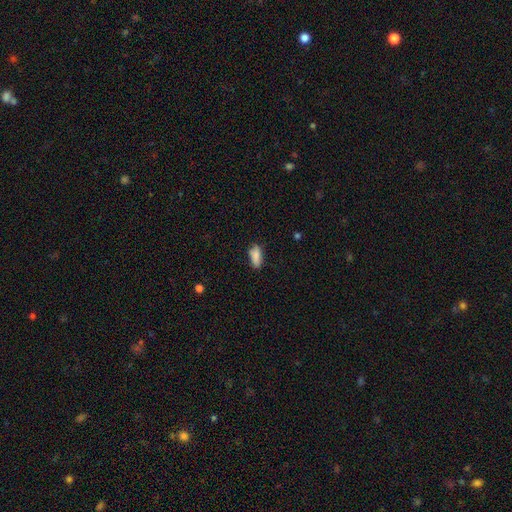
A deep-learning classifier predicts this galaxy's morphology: A smooth galaxy with no disk features (83%) that is in between round and cigar-shaped (75%). Merging: none (71%).